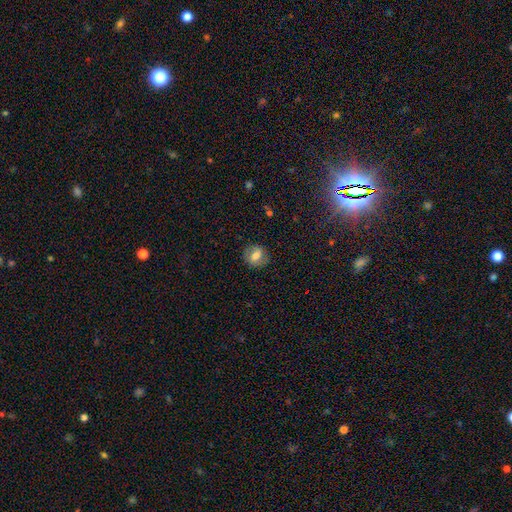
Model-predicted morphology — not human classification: Smooth or featured? smooth (66%)
How rounded? round (70%)
Merging? none (81%)